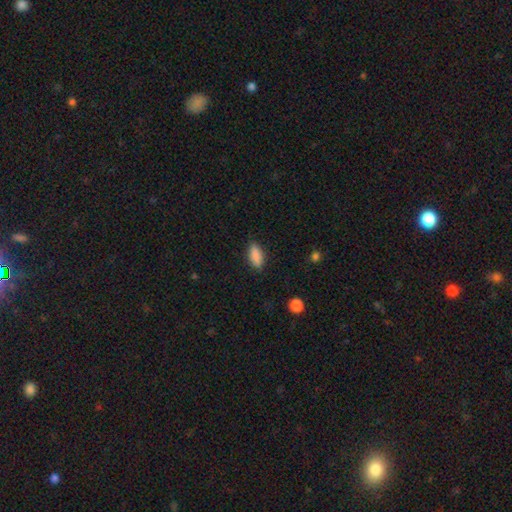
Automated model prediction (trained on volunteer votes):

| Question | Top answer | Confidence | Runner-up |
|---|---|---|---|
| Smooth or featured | smooth | 86% | star or artifact (8%) |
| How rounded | in between | 79% | cigar-shaped (18%) |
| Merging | none | 83% | minor disturbance (13%) |